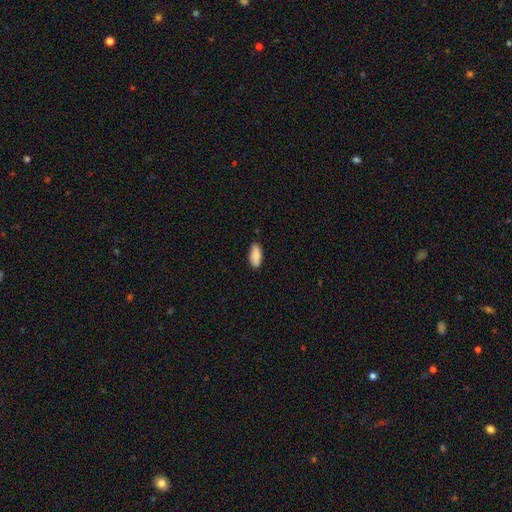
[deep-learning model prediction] Smooth or featured? Predicted: smooth (p=0.88). How rounded? Predicted: in between (p=0.84). Merging? Predicted: none (p=0.86).